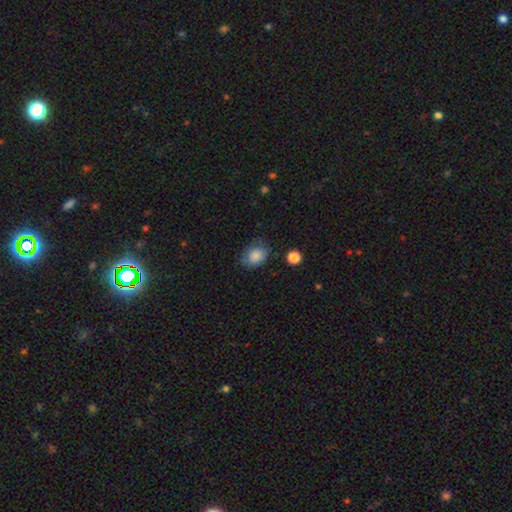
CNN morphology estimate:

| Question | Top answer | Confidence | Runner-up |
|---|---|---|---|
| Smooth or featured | smooth | 85% | star or artifact (8%) |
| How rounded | in between | 69% | round (30%) |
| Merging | none | 70% | minor disturbance (22%) |